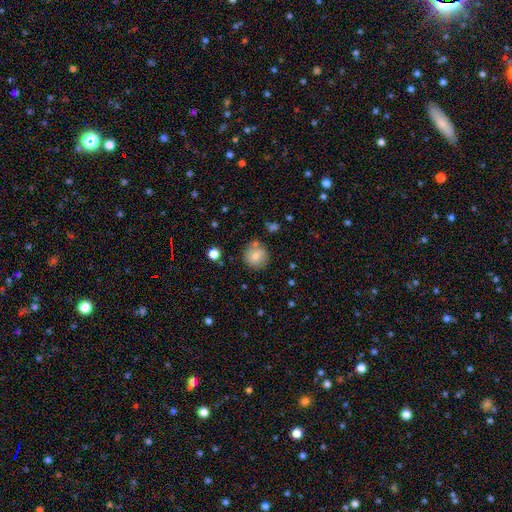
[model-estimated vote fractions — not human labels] Overall: smooth (75%). How rounded: round (90%). Merging: none (75%).